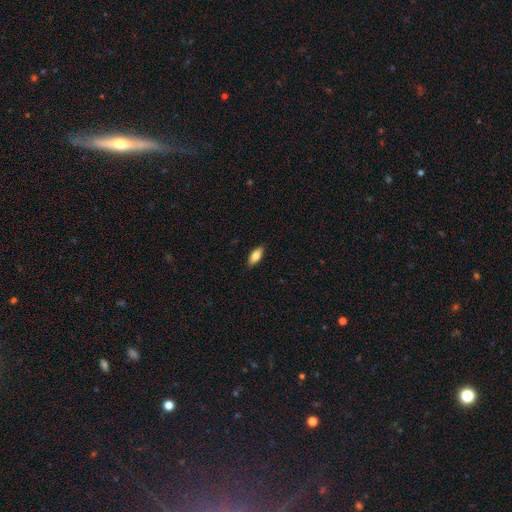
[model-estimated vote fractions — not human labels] This is clearly a smooth galaxy (81%). How rounded: clearly in between (81%). Merging: clearly none (88%).